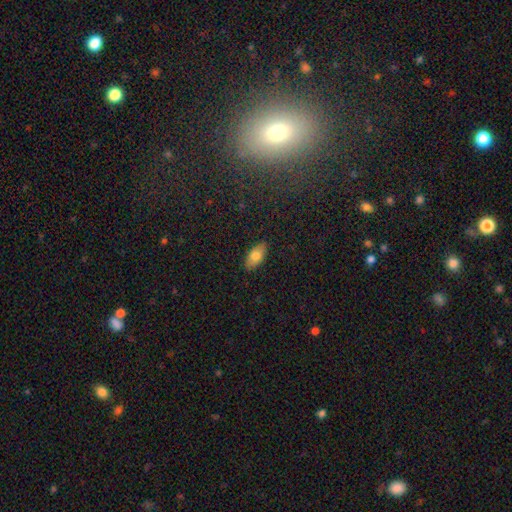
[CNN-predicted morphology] A smooth galaxy with no disk features (75%) that is in between round and cigar-shaped (89%).

Vote fractions:
- Smooth or featured? smooth: 75% / featured or disk: 17% / star or artifact: 7%
- How rounded? in between: 89% / cigar-shaped: 7% / round: 3%
- Merging? none: 89% / minor disturbance: 9% / major disturbance: 2% / merger: 1%